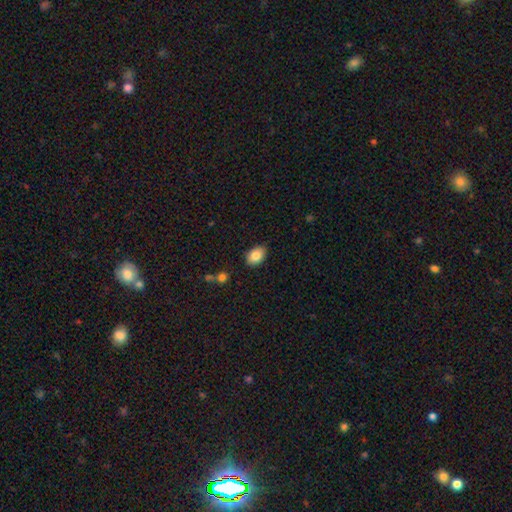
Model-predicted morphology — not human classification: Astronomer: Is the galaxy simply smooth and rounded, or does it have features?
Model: smooth — 83%.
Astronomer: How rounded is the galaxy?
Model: in between — 82%.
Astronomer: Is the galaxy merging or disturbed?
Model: none — 85%.